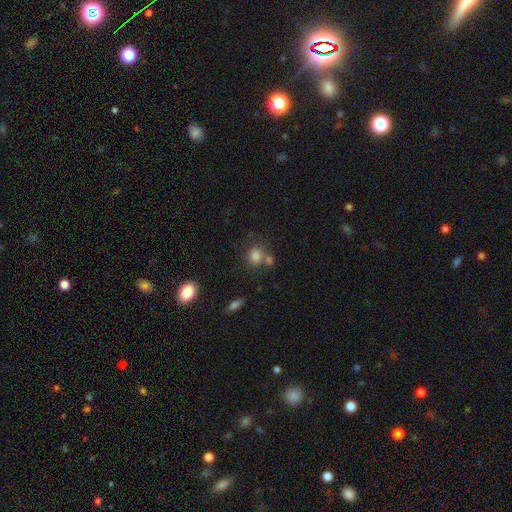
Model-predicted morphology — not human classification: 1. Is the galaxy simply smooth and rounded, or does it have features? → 81% smooth, 12% star or artifact, 7% featured or disk.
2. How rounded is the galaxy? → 79% round, 20% in between, 1% cigar-shaped.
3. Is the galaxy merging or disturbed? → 58% none, 27% merger, 11% minor disturbance, 5% major disturbance.